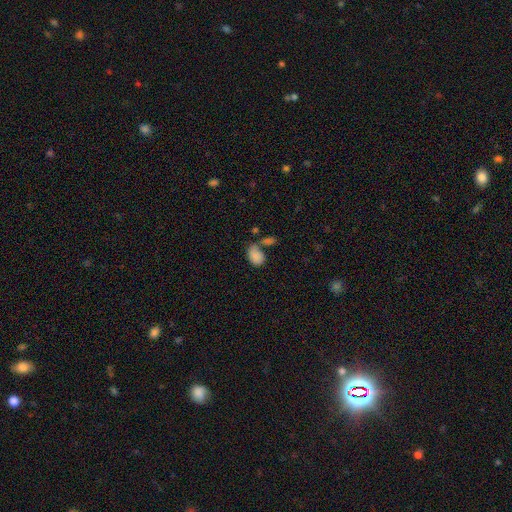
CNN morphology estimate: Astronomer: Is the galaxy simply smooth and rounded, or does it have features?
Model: smooth — 83%.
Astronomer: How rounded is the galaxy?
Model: in between — 88%.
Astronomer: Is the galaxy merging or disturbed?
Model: none — 37% (runner-up: merger, 36%).